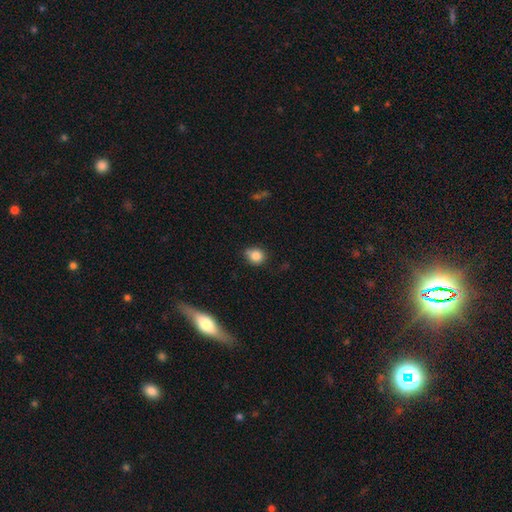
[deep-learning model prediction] A smooth galaxy with no disk features (83%) that is round (73%). Merging: none (67%).